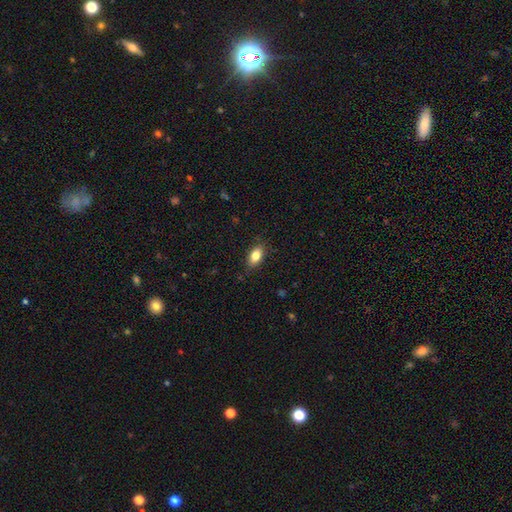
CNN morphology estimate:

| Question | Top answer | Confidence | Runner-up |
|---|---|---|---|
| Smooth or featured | smooth | 81% | featured or disk (11%) |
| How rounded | in between | 88% | cigar-shaped (6%) |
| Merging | none | 84% | minor disturbance (12%) |